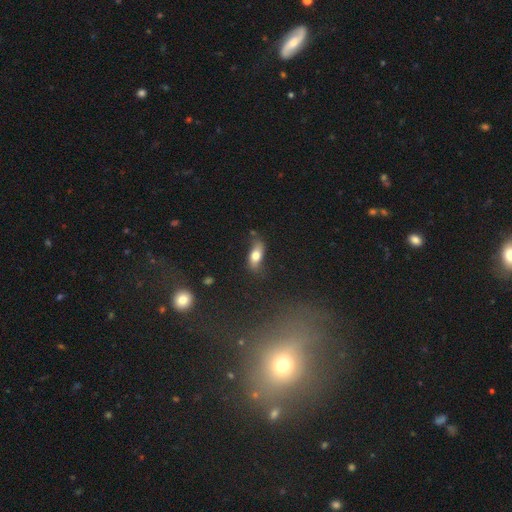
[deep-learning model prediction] Overall: smooth (70%). How rounded: in between (76%). Merging: none (64%; minor disturbance 25%).